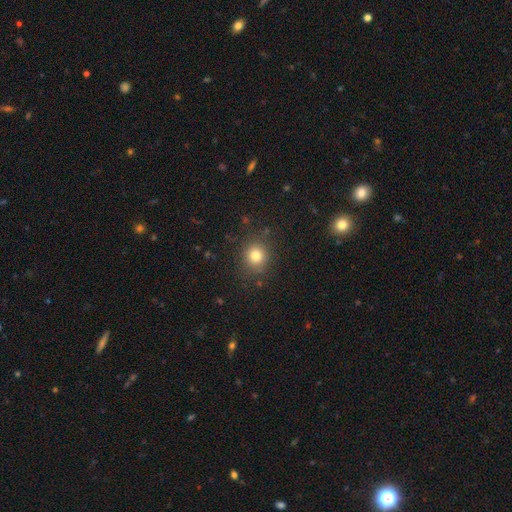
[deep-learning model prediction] smooth_or_featured: smooth (p=0.80) [alt: star or artifact p=0.13]
how_rounded: round (p=0.87) [alt: in between p=0.13]
merging: none (p=0.85) [alt: minor disturbance p=0.10]